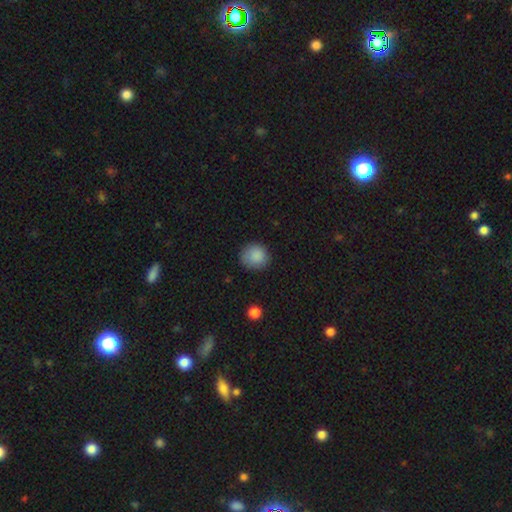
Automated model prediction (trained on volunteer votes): Smooth or featured? Predicted: smooth (p=0.88). How rounded? Predicted: round (p=0.85). Merging? Predicted: none (p=0.84).